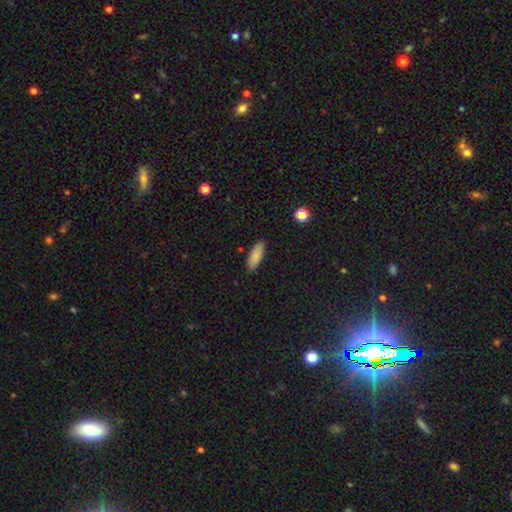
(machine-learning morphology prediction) type=smooth (85%); roundness=in between (70%); merging=none (86%).